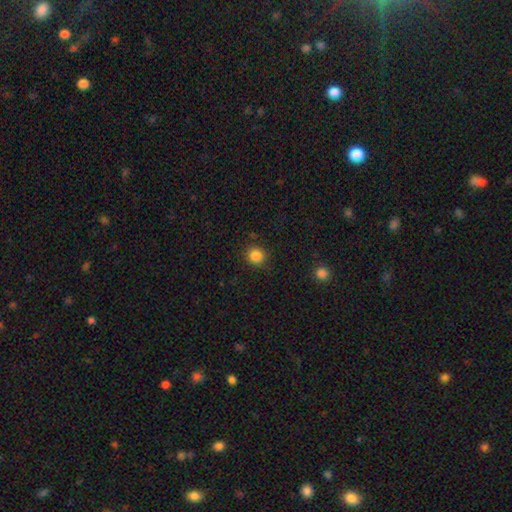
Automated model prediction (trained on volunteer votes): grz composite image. It shows a smooth galaxy with no disk features (85%) that is round (89%). Merging: none (88%).